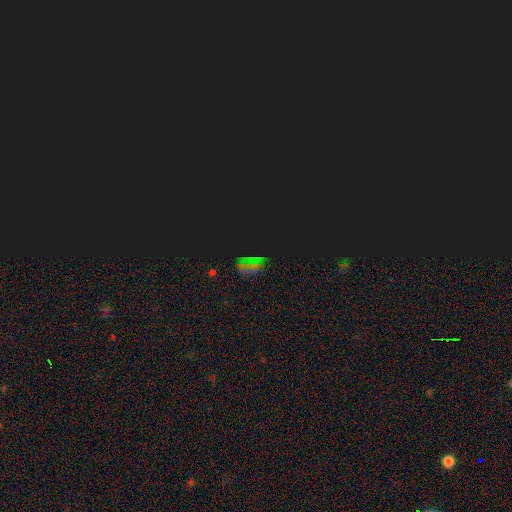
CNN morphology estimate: This is likely a star or artifact rather than a galaxy (74%).